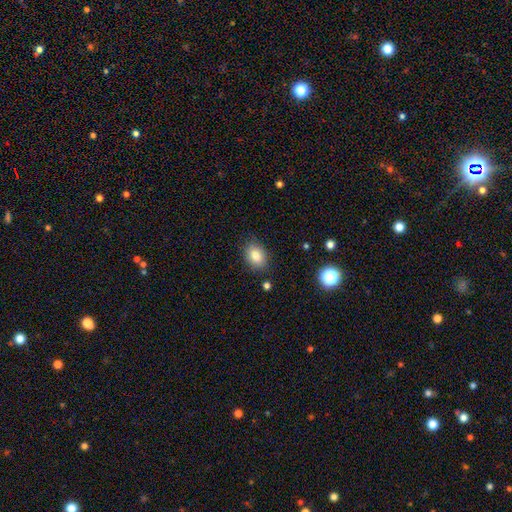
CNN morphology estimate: This appears to be a smooth galaxy with no disk features (81%) that is in between round and cigar-shaped (73%). Merging: none (85%).